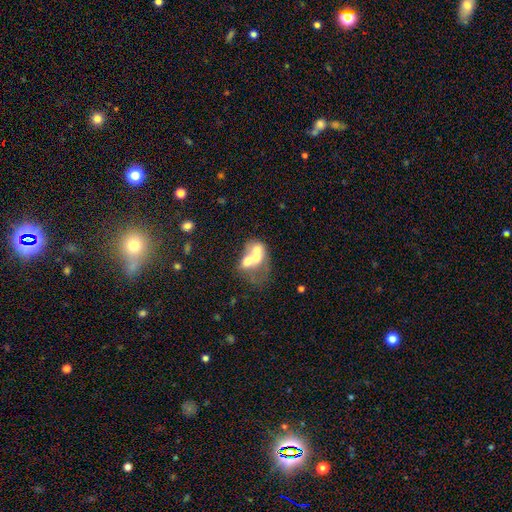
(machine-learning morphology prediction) This appears to be a smooth galaxy with no disk features (45%). Merging: merger (69%).